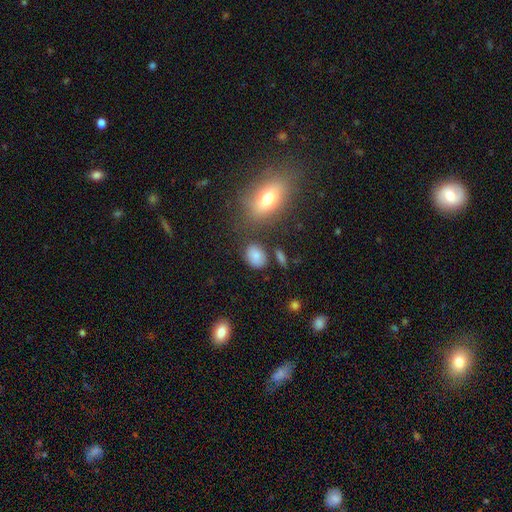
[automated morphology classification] This appears to be a smooth galaxy with no disk features (80%) that is in between round and cigar-shaped (65%). Merging: none (72%).